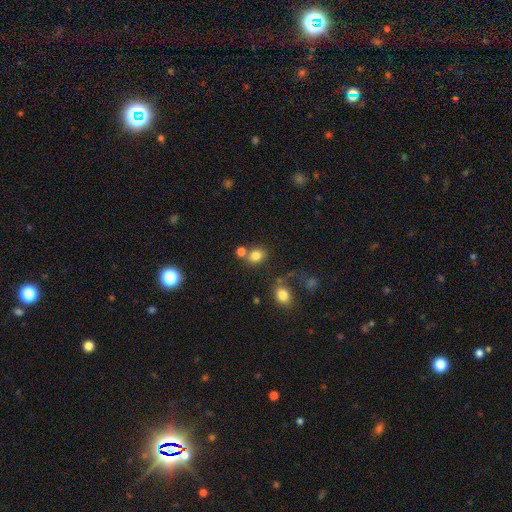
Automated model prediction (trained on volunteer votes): smooth-or-featured: smooth: 81% | star or artifact: 12% | featured or disk: 7%
  how-rounded: round: 50% | in between: 49% | cigar-shaped: 1%
  merging: none: 65% | merger: 20% | minor disturbance: 12% | major disturbance: 4%